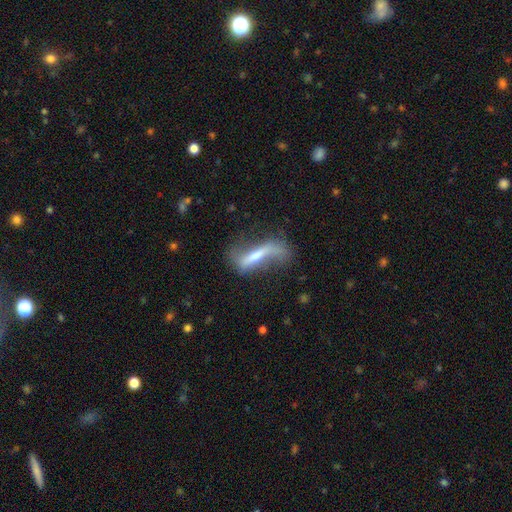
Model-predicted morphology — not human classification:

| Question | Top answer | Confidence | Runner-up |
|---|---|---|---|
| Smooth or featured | featured or disk | 60% | smooth (32%) |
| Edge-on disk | no | 62% | yes (38%) |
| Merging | none | 43% | major disturbance (26%) |